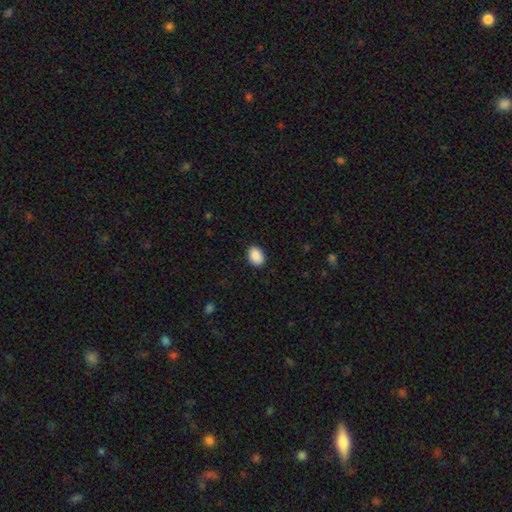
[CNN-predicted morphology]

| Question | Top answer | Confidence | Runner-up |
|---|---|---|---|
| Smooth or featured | smooth | 90% | star or artifact (7%) |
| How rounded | in between | 81% | round (18%) |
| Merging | none | 88% | minor disturbance (9%) |